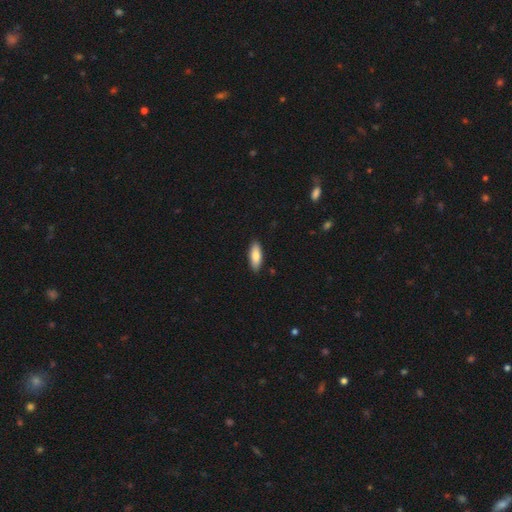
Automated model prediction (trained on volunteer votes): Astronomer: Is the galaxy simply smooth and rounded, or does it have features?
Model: smooth — 82%.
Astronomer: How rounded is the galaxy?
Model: in between — 72%.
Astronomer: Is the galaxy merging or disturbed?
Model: none — 88%.